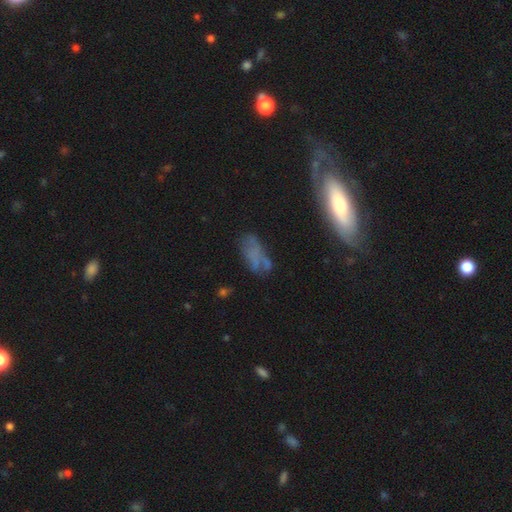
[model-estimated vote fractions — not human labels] Smooth or featured?
  - smooth: 49% *
  - featured or disk: 34%
  - star or artifact: 17%
Merging?
  - none: 48% *
  - minor disturbance: 23%
  - major disturbance: 20%
  - merger: 8%